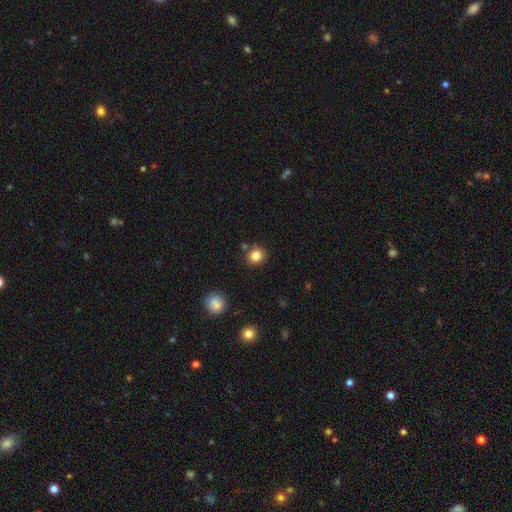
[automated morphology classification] A smooth galaxy with no disk features (83%) that is round (75%).

Vote fractions:
- Smooth or featured? smooth: 83% / star or artifact: 11% / featured or disk: 6%
- How rounded? round: 75% / in between: 24% / cigar-shaped: 1%
- Merging? none: 80% / minor disturbance: 10% / merger: 6% / major disturbance: 3%